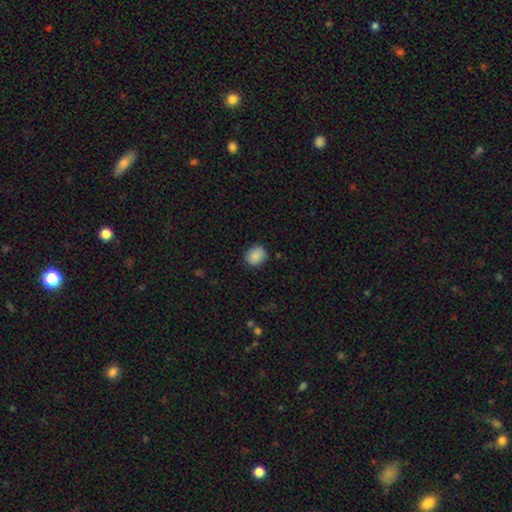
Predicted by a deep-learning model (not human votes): smooth_or_featured: smooth (p=0.89) [alt: star or artifact p=0.08]
how_rounded: round (p=0.70) [alt: in between p=0.29]
merging: none (p=0.84) [alt: minor disturbance p=0.12]